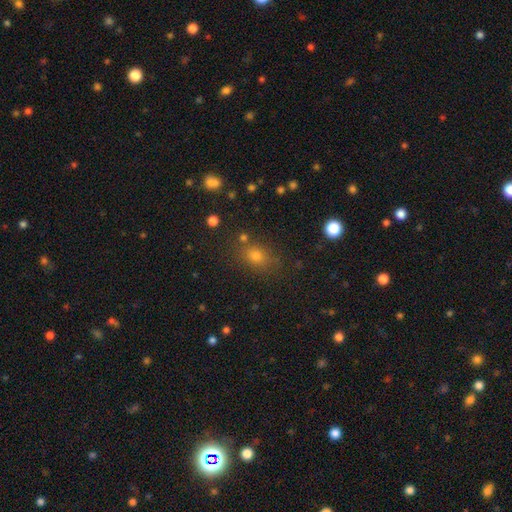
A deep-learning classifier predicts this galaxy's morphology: Smooth or featured? smooth (71%)
How rounded? in between (52%)
Merging? none (77%)